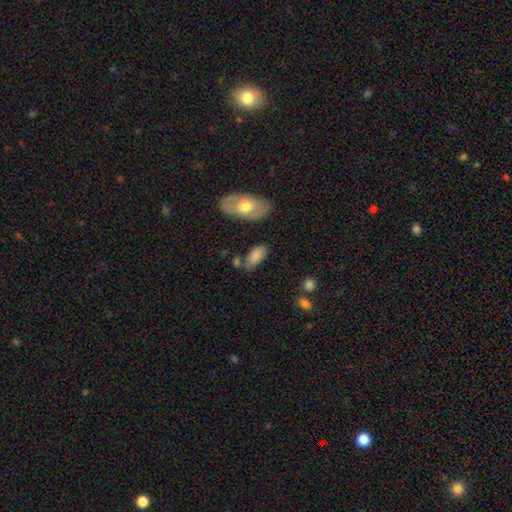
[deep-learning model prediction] smooth_or_featured: smooth (p=0.78) [alt: featured or disk p=0.14]
how_rounded: in between (p=0.90) [alt: cigar-shaped p=0.07]
merging: none (p=0.65) [alt: minor disturbance p=0.21]